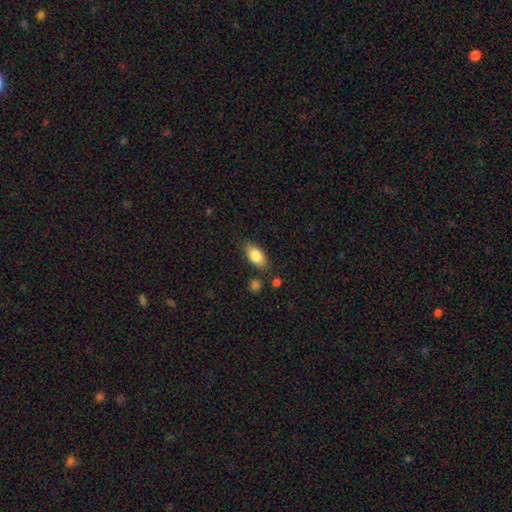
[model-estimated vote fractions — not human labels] This appears to be a smooth galaxy with no disk features (81%) that is in between round and cigar-shaped (88%). Merging: none (78%).